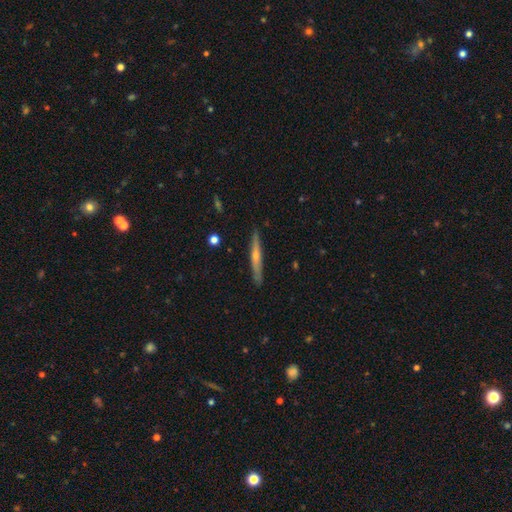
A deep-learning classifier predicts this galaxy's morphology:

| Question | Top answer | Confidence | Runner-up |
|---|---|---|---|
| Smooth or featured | featured or disk | 63% | smooth (31%) |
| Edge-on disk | yes | 96% | no (4%) |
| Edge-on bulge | rounded | 72% | none (24%) |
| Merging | none | 90% | minor disturbance (7%) |